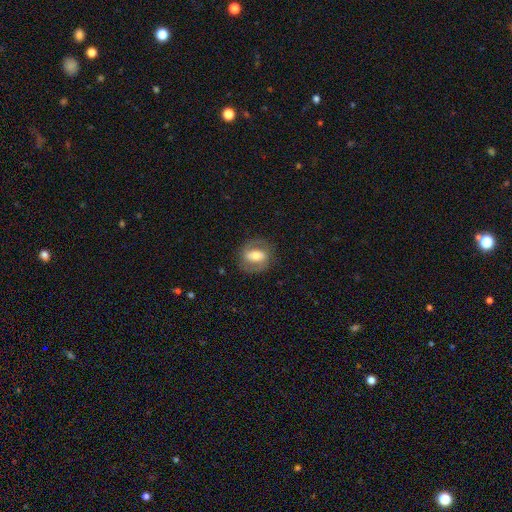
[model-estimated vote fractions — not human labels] This appears to be a featured or disk galaxy (53%). Merging: none (78%).